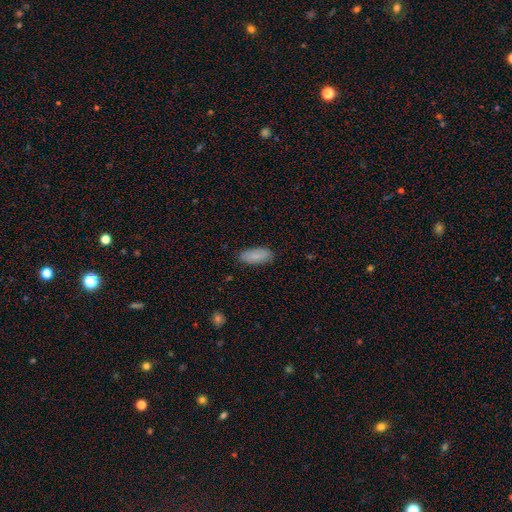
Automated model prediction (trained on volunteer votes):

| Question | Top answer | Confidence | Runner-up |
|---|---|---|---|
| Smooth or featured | smooth | 84% | featured or disk (9%) |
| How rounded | in between | 85% | cigar-shaped (13%) |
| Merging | none | 84% | minor disturbance (12%) |